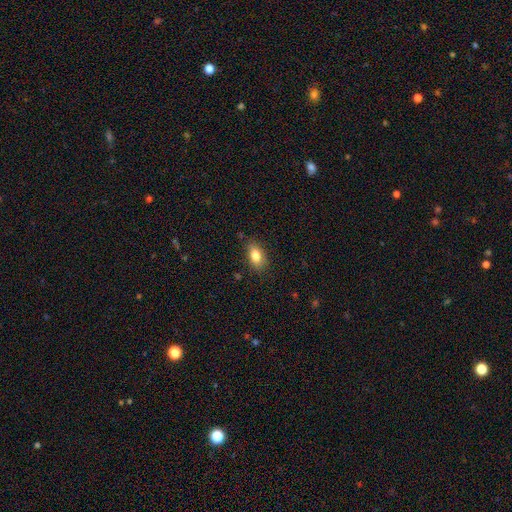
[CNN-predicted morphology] smooth_or_featured: smooth (p=0.83) [alt: featured or disk p=0.09]
how_rounded: in between (p=0.88) [alt: round p=0.07]
merging: none (p=0.81) [alt: minor disturbance p=0.14]